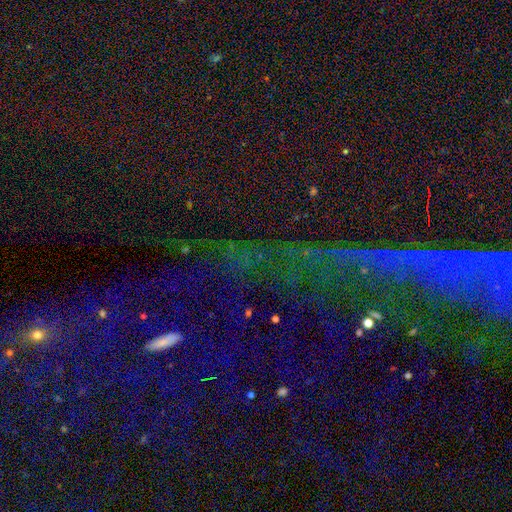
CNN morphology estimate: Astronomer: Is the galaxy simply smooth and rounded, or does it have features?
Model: star or artifact — 77%.